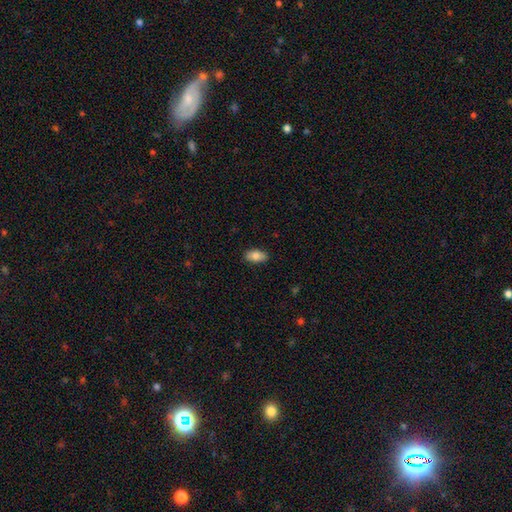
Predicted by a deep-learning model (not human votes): The model was most divided on "smooth or featured": smooth: 83%, featured or disk: 10%, star or artifact: 7%. More confident: how rounded — in between (92%); merging — none (87%).